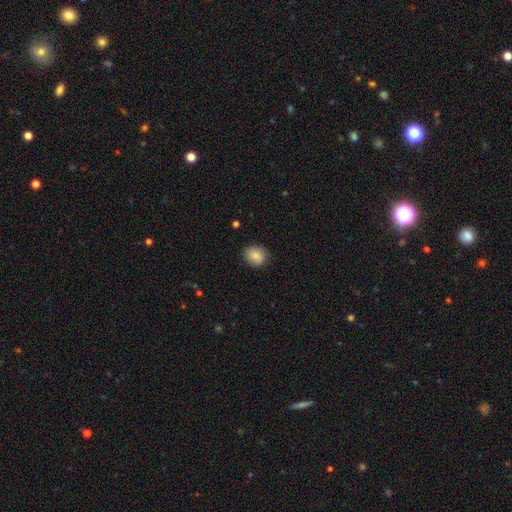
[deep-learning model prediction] Overall: smooth (84%). How rounded: round (66%; in between 33%). Merging: none (83%).